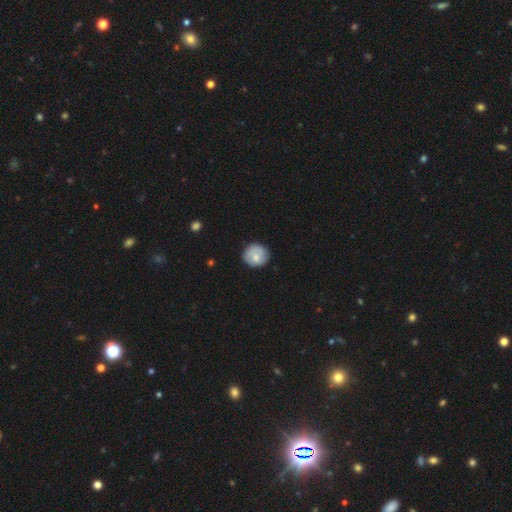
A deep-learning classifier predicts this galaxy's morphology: Smooth or featured?
  - smooth: 69% *
  - featured or disk: 24%
  - star or artifact: 7%
How rounded?
  - round: 89% *
  - in between: 10%
  - cigar-shaped: 1%
Merging?
  - none: 81% *
  - minor disturbance: 15%
  - major disturbance: 3%
  - merger: 1%